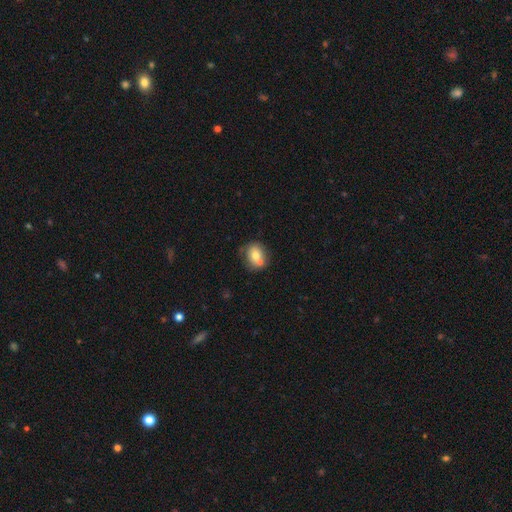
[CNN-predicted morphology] Smooth or featured: smooth — 69% (featured or disk — 22%)
How rounded: round — 60% (in between — 39%)
Merging: none — 51% (merger — 27%)